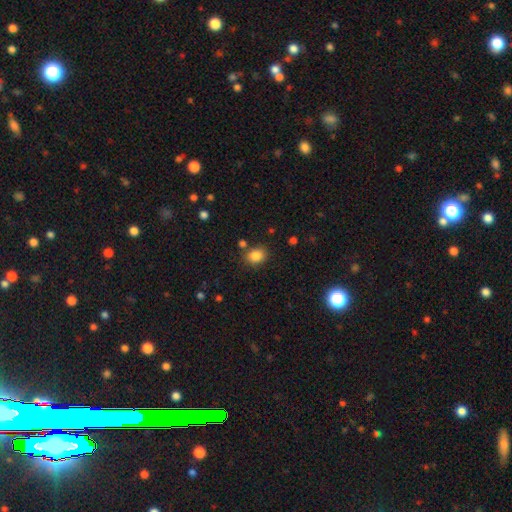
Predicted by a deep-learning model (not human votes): A smooth galaxy with no disk features (84%) that is round (54%).

Vote fractions:
- Smooth or featured? smooth: 84% / star or artifact: 10% / featured or disk: 5%
- How rounded? round: 54% / in between: 45% / cigar-shaped: 1%
- Merging? none: 80% / minor disturbance: 11% / merger: 5% / major disturbance: 3%